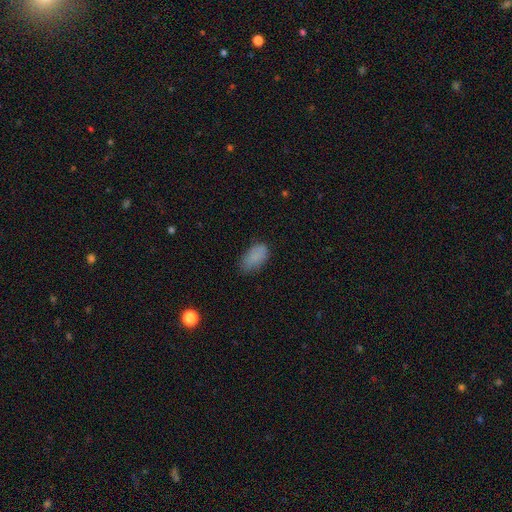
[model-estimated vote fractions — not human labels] Q: Smooth or featured?
A: smooth (85%); runner-up: star or artifact (9%)
Q: How rounded?
A: in between (93%); runner-up: round (4%)
Q: Merging?
A: none (65%); runner-up: minor disturbance (27%)